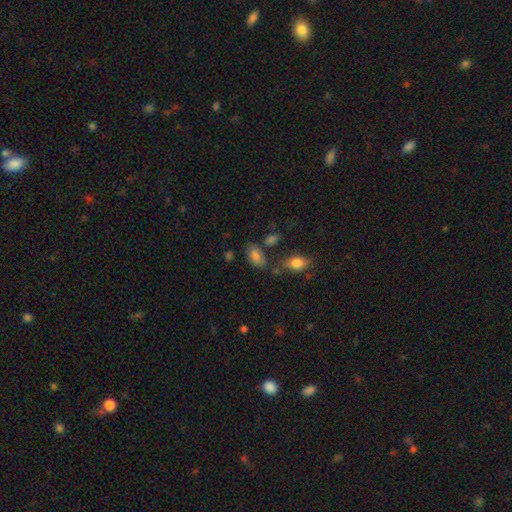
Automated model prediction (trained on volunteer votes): A smooth galaxy with no disk features (81%) that is in between round and cigar-shaped (92%).

Vote fractions:
- Smooth or featured? smooth: 81% / featured or disk: 10% / star or artifact: 9%
- How rounded? in between: 92% / round: 5% / cigar-shaped: 3%
- Merging? none: 61% / minor disturbance: 20% / merger: 13% / major disturbance: 7%